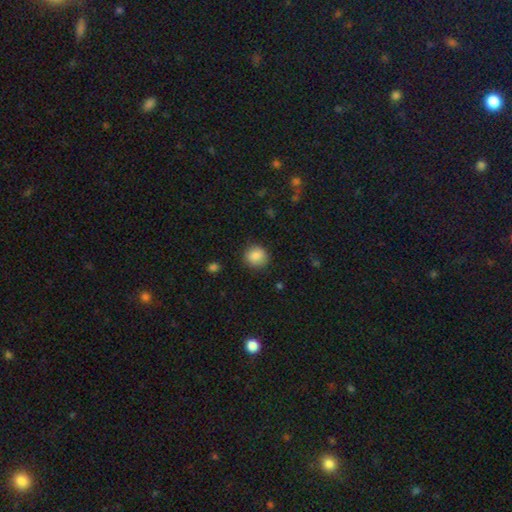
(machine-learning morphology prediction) This appears to be a smooth galaxy with no disk features (87%) that is round (85%). Merging: none (85%).